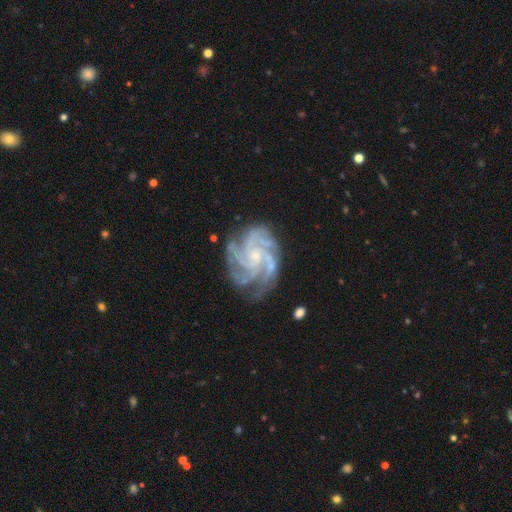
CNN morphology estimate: Smooth or featured: featured or disk — 91% (star or artifact — 5%)
Edge-on disk: no — 98% (yes — 2%)
Bar: no — 69% (weak — 25%)
Spiral arms: yes — 98% (no — 2%)
Spiral winding: tight — 61% (medium — 34%)
Spiral arm count: 4 — 43% (more than 4 — 21%)
Bulge size: small — 74% (moderate — 19%)
Merging: none — 76% (minor disturbance — 16%)